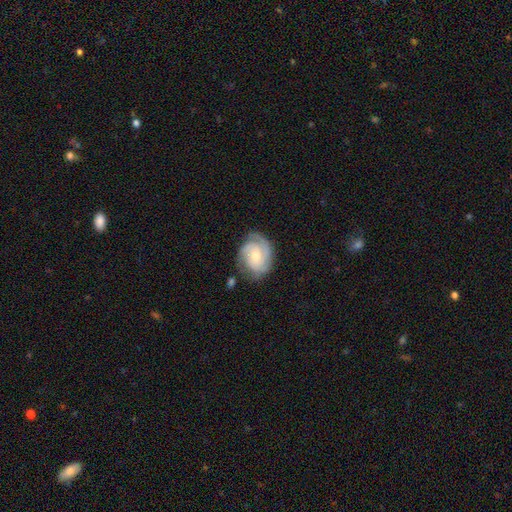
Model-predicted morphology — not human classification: A featured or disk galaxy (75%) with no bar (64%), 3 (32%) tight (55%) spiral arms (95%) and a small central bulge (52%).

Vote fractions:
- Smooth or featured? featured or disk: 75% / smooth: 19% / star or artifact: 6%
- Edge-on disk? no: 97% / yes: 3%
- Bar? no: 64% / weak: 31% / strong: 5%
- Spiral arms? yes: 95% / no: 5%
- Spiral winding? tight: 55% / medium: 36% / loose: 10%
- Spiral arm count? 3: 32% / 2: 31% / can't tell: 21% / 1: 6% / 4: 6% / more than 4: 4%
- Bulge size? small: 52% / moderate: 38% / none: 4% / large: 4% / dominant: 1%
- Merging? none: 68% / minor disturbance: 21% / major disturbance: 8% / merger: 2%